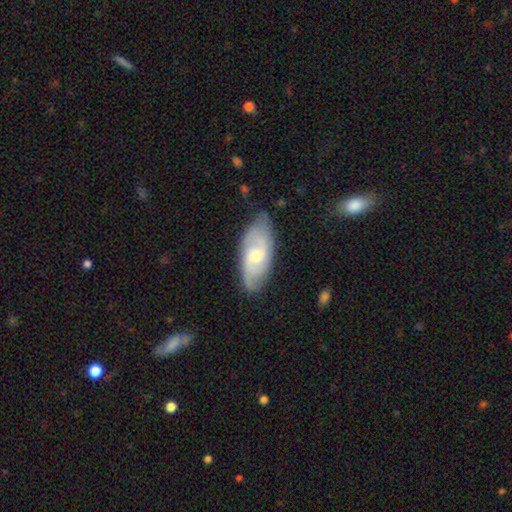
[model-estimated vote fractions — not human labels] featured or disk 64%, smooth 30%, star or artifact 6%. Down the decision tree: edge-on disk — no (90%); bar — no (52%); spiral arms — yes (88%); spiral arm count — 2 (56%); spiral winding — medium (44%); bulge size — moderate (53%); merging — none (75%).